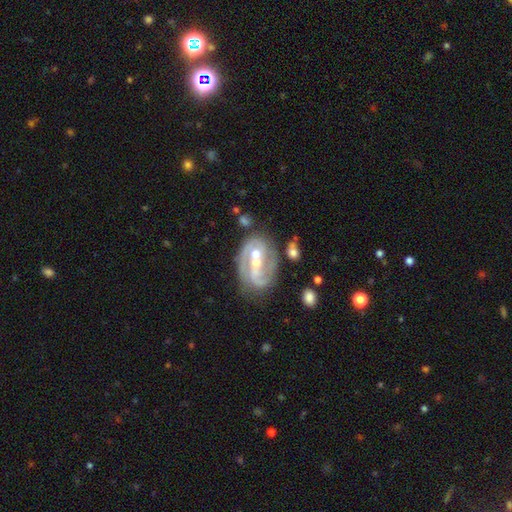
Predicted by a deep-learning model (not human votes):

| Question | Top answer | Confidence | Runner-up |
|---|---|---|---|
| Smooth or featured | featured or disk | 84% | smooth (10%) |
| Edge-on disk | no | 97% | yes (3%) |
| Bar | no | 37% | weak (35%) |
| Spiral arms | yes | 90% | no (10%) |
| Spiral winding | medium | 47% | tight (31%) |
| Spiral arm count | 2 | 73% | can't tell (10%) |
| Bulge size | moderate | 52% | small (43%) |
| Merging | none | 48% | merger (23%) |